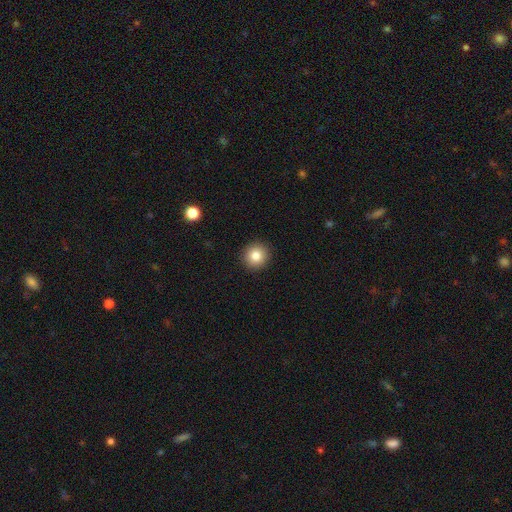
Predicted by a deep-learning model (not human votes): smooth 83%, star or artifact 10%, featured or disk 7%. Down the decision tree: how rounded — round (93%); merging — none (93%).